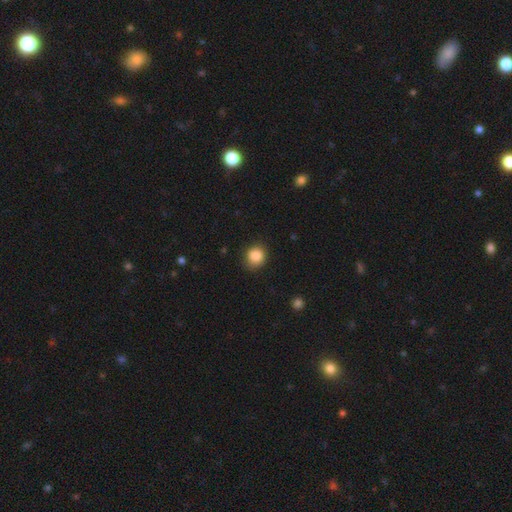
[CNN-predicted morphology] Smooth or featured? smooth (86%)
How rounded? round (82%)
Merging? none (82%)